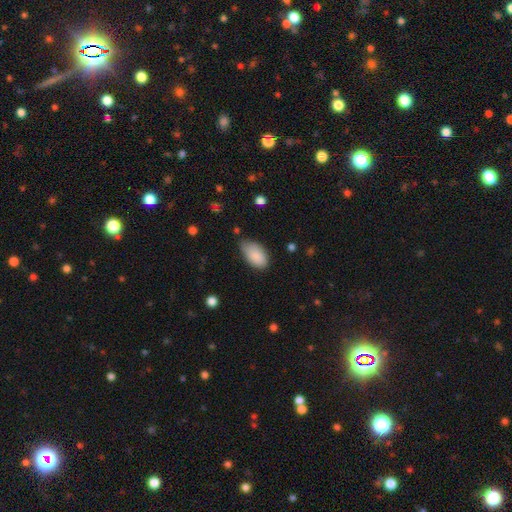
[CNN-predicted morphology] The model was most divided on "merging": none: 59%, minor disturbance: 33%, major disturbance: 6%, merger: 2%. More confident: how rounded — in between (95%); smooth or featured — smooth (87%).